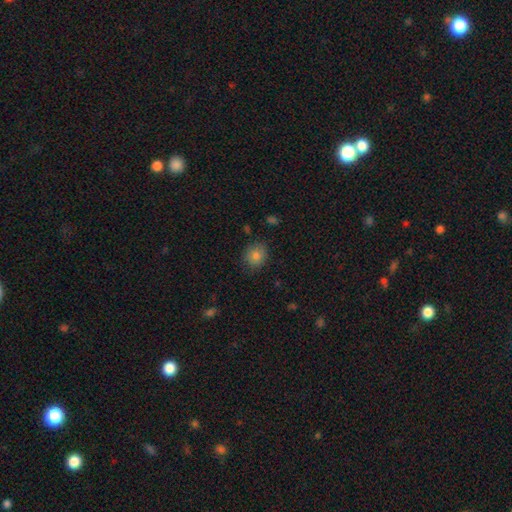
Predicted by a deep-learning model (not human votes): Smooth or featured?
  - smooth: 82% *
  - star or artifact: 11%
  - featured or disk: 8%
How rounded?
  - round: 72% *
  - in between: 27%
  - cigar-shaped: 1%
Merging?
  - none: 82% *
  - minor disturbance: 14%
  - major disturbance: 3%
  - merger: 1%